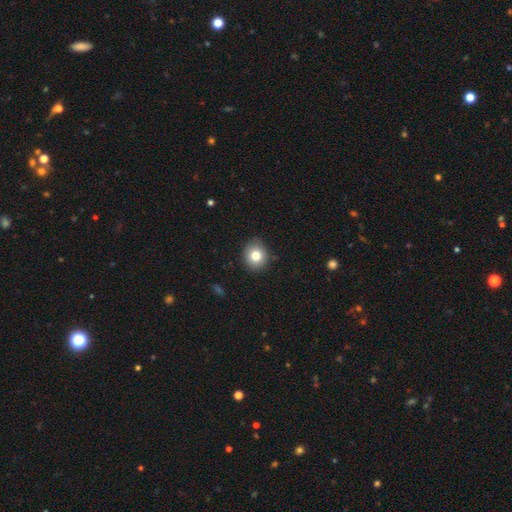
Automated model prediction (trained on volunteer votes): Smooth or featured? smooth (79%)
How rounded? round (77%)
Merging? none (85%)